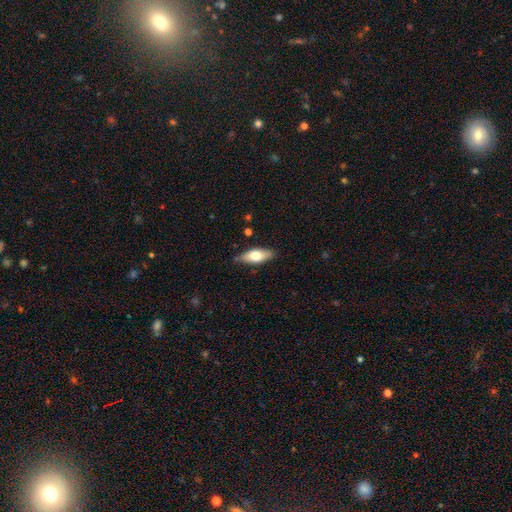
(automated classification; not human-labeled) Smooth or featured?
  - smooth: 66% *
  - featured or disk: 28%
  - star or artifact: 6%
How rounded?
  - in between: 76% *
  - cigar-shaped: 22%
  - round: 2%
Merging?
  - none: 82% *
  - minor disturbance: 14%
  - major disturbance: 2%
  - merger: 2%